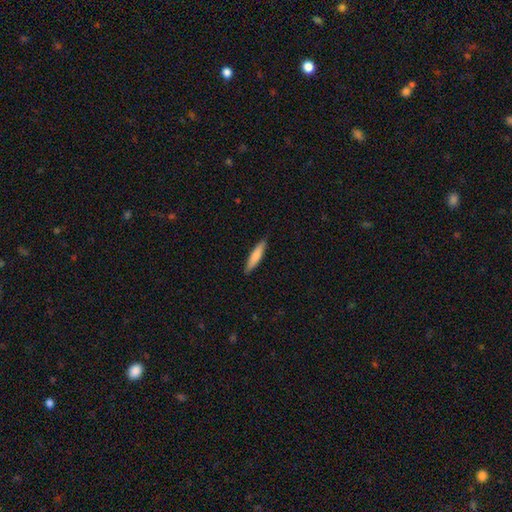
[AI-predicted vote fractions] Smooth or featured? smooth (76%)
How rounded? cigar-shaped (86%)
Merging? none (88%)